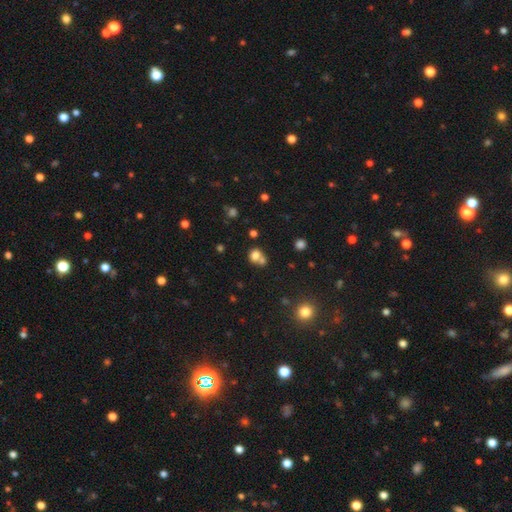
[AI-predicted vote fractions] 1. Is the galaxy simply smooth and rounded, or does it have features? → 75% smooth, 14% star or artifact, 11% featured or disk.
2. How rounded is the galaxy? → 69% round, 30% in between, 1% cigar-shaped.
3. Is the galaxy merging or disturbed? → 50% merger, 38% none, 8% minor disturbance, 4% major disturbance.